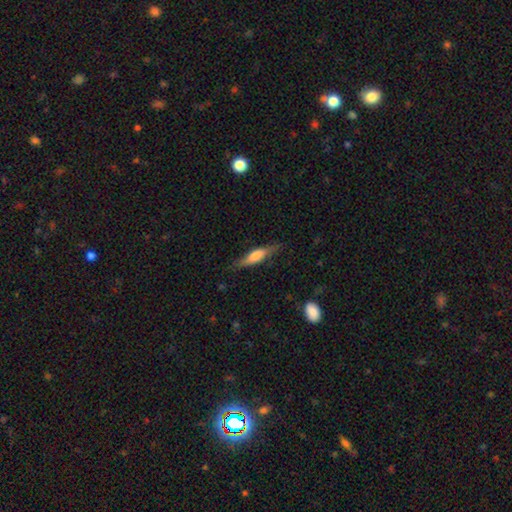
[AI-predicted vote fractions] A smooth galaxy with no disk features (51%) that is cigar-shaped (69%).

Vote fractions:
- Smooth or featured? smooth: 51% / featured or disk: 43% / star or artifact: 6%
- How rounded? cigar-shaped: 69% / in between: 28% / round: 2%
- Merging? none: 78% / minor disturbance: 17% / major disturbance: 4% / merger: 1%